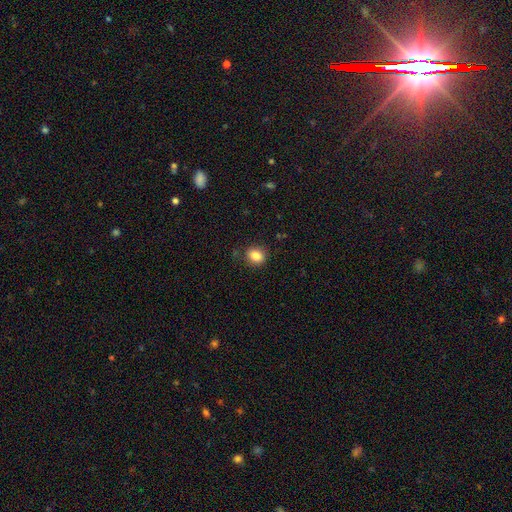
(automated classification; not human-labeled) The model was most divided on "how rounded": round: 62%, in between: 37%, cigar-shaped: 1%. More confident: merging — none (86%); smooth or featured — smooth (84%).